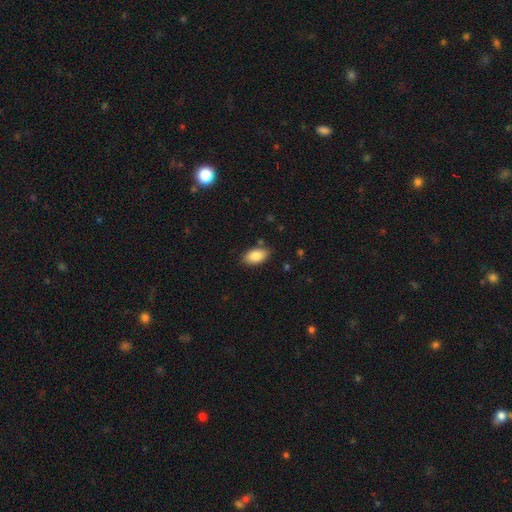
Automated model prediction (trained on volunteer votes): Overall: smooth (85%). How rounded: in between (93%). Merging: none (83%).